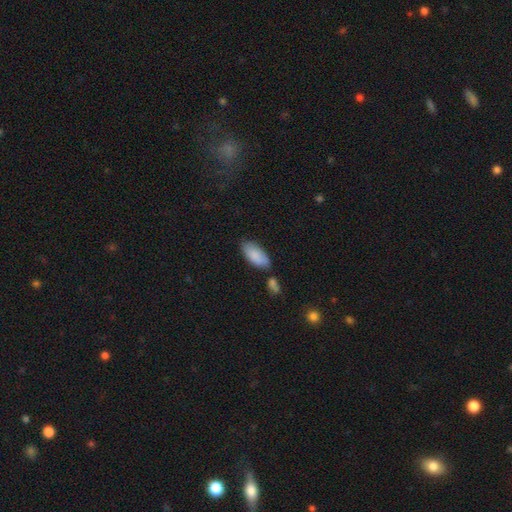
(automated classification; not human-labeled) Overall: smooth (87%). How rounded: in between (89%). Merging: none (67%).